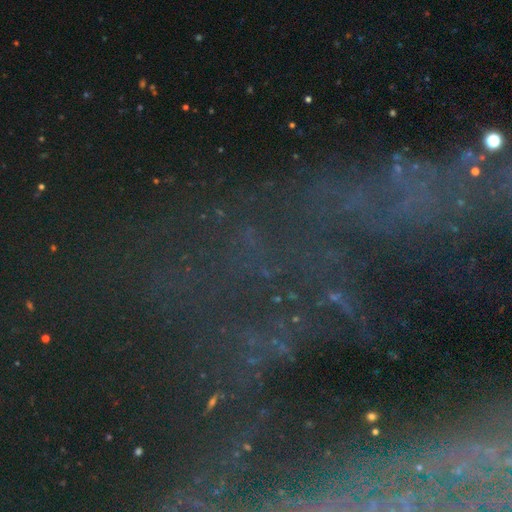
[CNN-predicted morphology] This is likely a star or artifact rather than a galaxy (68%).